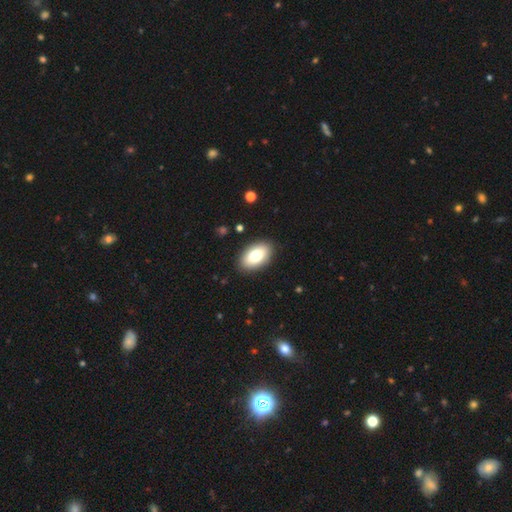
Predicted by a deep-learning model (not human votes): Overall: smooth (78%). How rounded: in between (93%). Merging: none (89%).